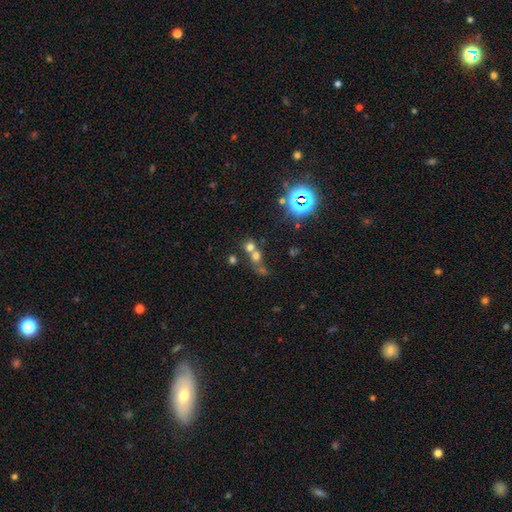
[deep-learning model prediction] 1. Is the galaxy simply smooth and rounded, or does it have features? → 54% smooth, 31% star or artifact, 16% featured or disk.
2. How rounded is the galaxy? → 80% round, 18% in between, 2% cigar-shaped.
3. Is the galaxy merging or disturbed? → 55% merger, 35% none, 6% minor disturbance, 4% major disturbance.